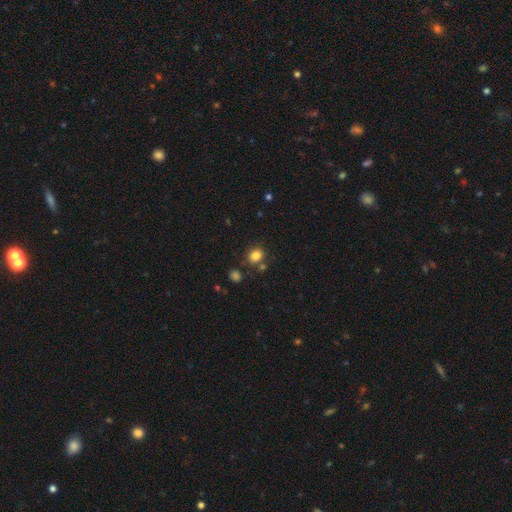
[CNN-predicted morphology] Smooth or featured? smooth (83%)
How rounded? round (62%)
Merging? none (75%)